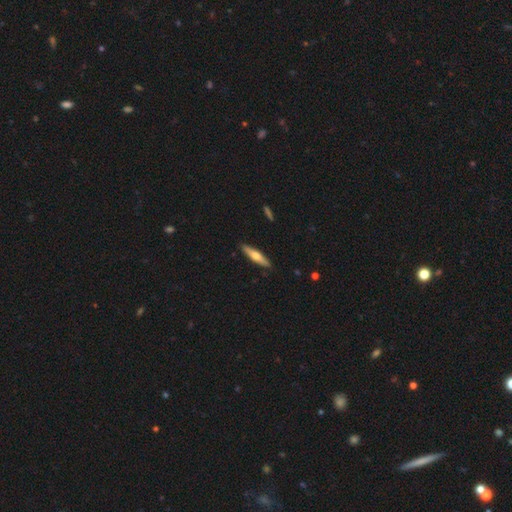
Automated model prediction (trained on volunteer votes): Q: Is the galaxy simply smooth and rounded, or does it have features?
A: smooth — 51%.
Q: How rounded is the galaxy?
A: cigar-shaped — 81%.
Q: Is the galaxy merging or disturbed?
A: none — 90%.